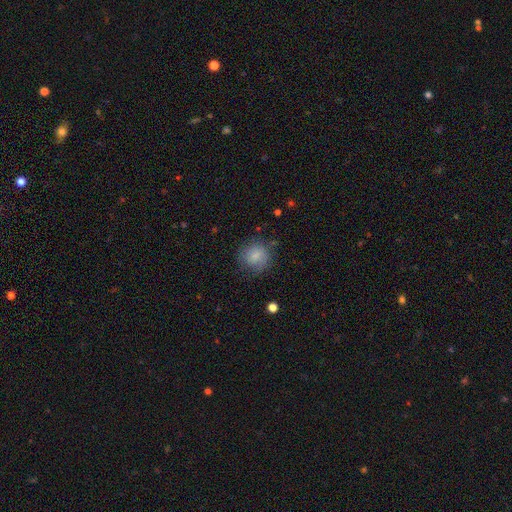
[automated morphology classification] A smooth galaxy with no disk features (77%) that is round (83%).

Vote fractions:
- Smooth or featured? smooth: 77% / featured or disk: 14% / star or artifact: 8%
- How rounded? round: 83% / in between: 16% / cigar-shaped: 1%
- Merging? none: 70% / minor disturbance: 20% / major disturbance: 8% / merger: 2%